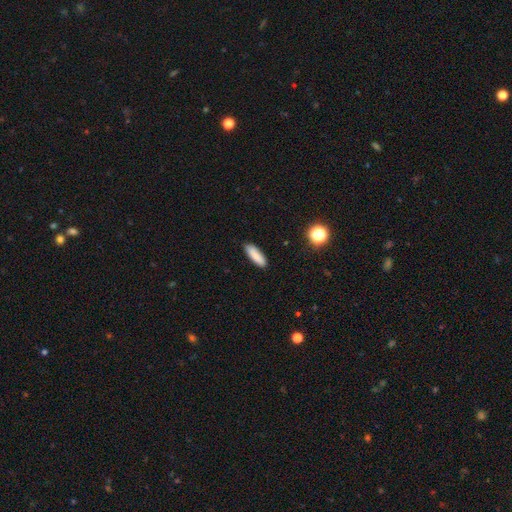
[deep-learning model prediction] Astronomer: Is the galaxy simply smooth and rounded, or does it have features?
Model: smooth — 87%.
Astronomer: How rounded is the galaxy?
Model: cigar-shaped — 52% (runner-up: in between, 46%).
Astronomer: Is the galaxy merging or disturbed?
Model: none — 89%.